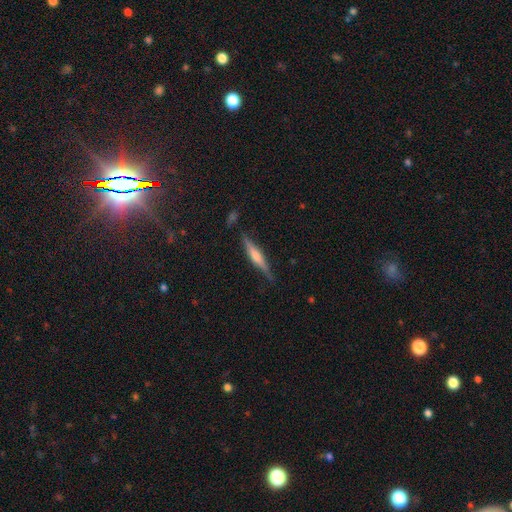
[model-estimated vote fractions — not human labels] Smooth or featured? Predicted: featured or disk (p=0.56). Edge-on disk? Predicted: yes (p=0.96). Edge-on bulge? Predicted: rounded (p=0.60). Merging? Predicted: none (p=0.80).